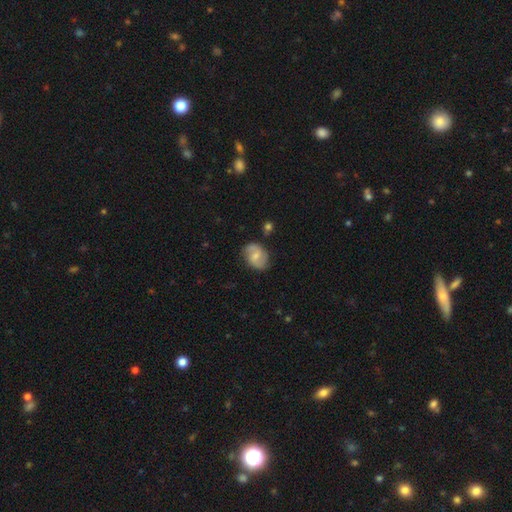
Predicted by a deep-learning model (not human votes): Smooth or featured? Predicted: featured or disk (p=0.64). Edge-on disk? Predicted: no (p=0.97). Bar? Predicted: weak (p=0.50). Spiral arms? Predicted: yes (p=0.90). Spiral winding? Predicted: medium (p=0.46). Spiral arm count? Predicted: 2 (p=0.88). Bulge size? Predicted: small (p=0.45). Merging? Predicted: none (p=0.76).